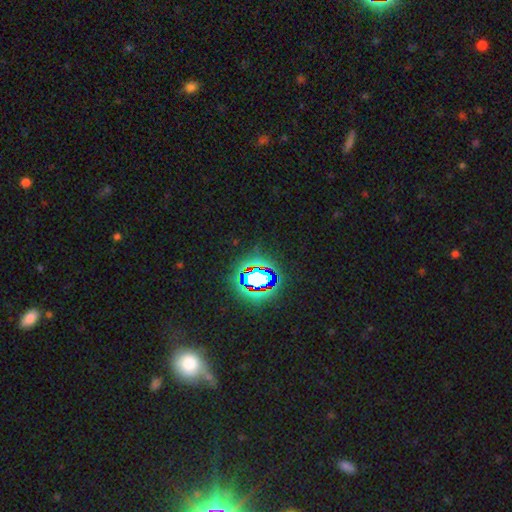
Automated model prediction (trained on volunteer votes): Smooth or featured? Predicted: star or artifact (p=0.79).